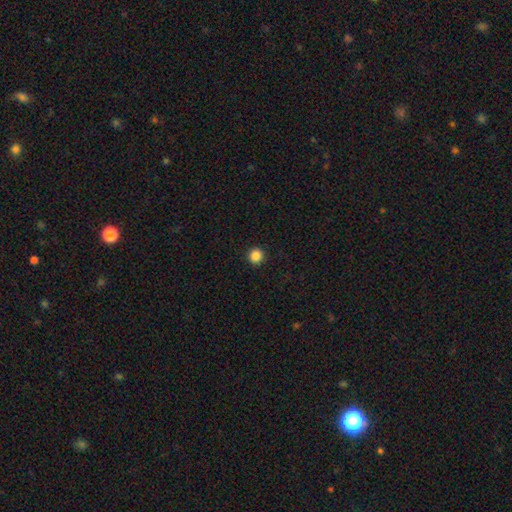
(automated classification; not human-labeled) smooth 87%, star or artifact 11%, featured or disk 3%. Down the decision tree: how rounded — round (96%); merging — none (93%).